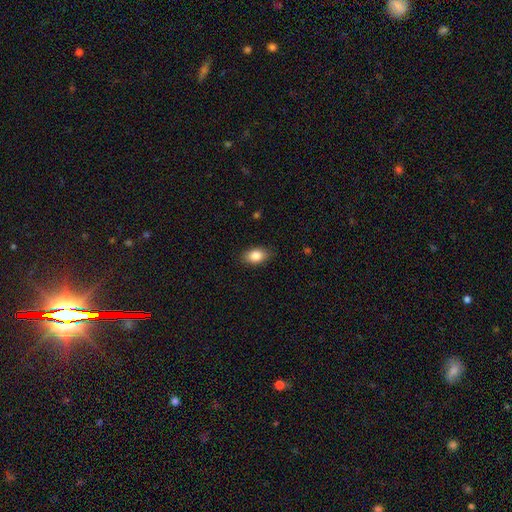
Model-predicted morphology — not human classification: The model was most divided on "how rounded": in between: 86%, round: 12%, cigar-shaped: 2%. More confident: merging — none (86%); smooth or featured — smooth (85%).